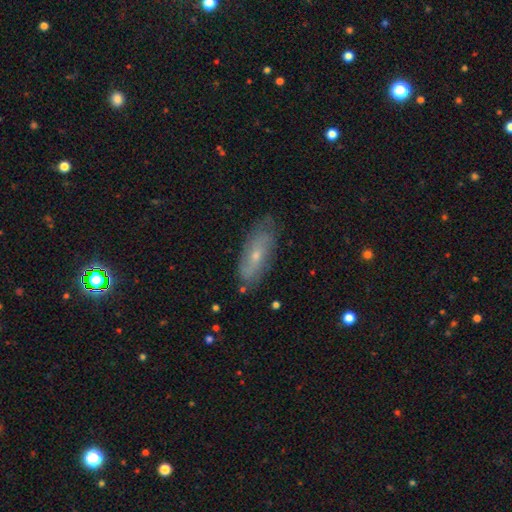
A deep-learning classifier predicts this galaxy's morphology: Smooth or featured? featured or disk (51%)
Edge-on disk? no (77%)
Merging? none (76%)